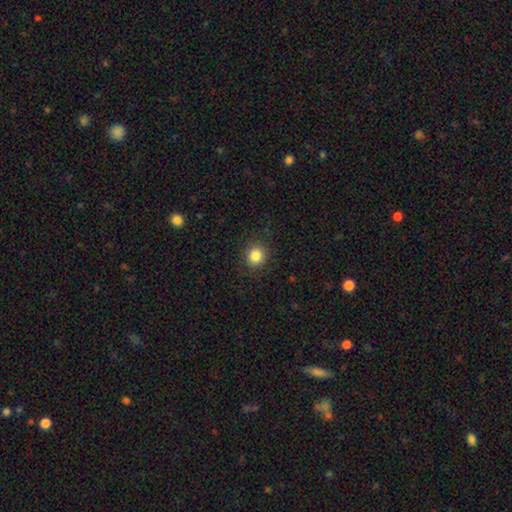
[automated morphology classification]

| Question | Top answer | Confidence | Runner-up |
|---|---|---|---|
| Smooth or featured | smooth | 85% | star or artifact (10%) |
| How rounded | round | 86% | in between (13%) |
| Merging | none | 88% | minor disturbance (8%) |